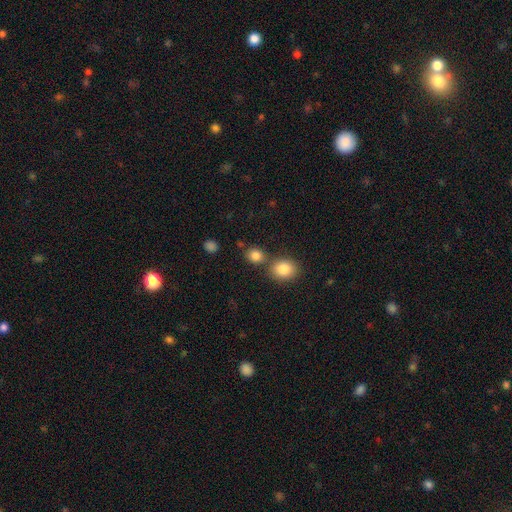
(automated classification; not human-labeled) Smooth or featured?
  - smooth: 84% *
  - star or artifact: 11%
  - featured or disk: 5%
How rounded?
  - round: 72% *
  - in between: 27%
  - cigar-shaped: 1%
Merging?
  - none: 63% *
  - merger: 25%
  - minor disturbance: 9%
  - major disturbance: 3%